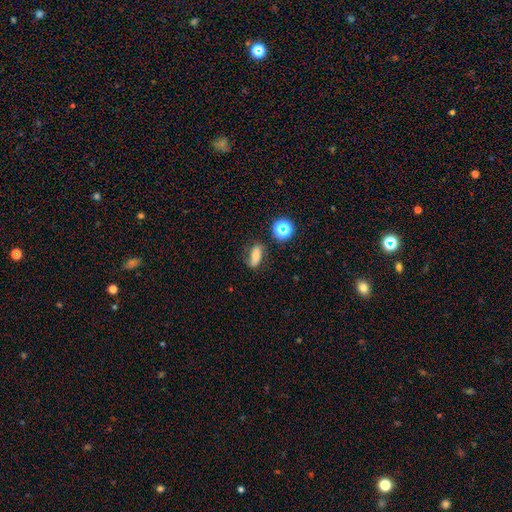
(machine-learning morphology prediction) The model was most divided on "smooth or featured": smooth: 55%, featured or disk: 31%, star or artifact: 15%. More confident: merging — none (73%); how rounded — in between (72%).